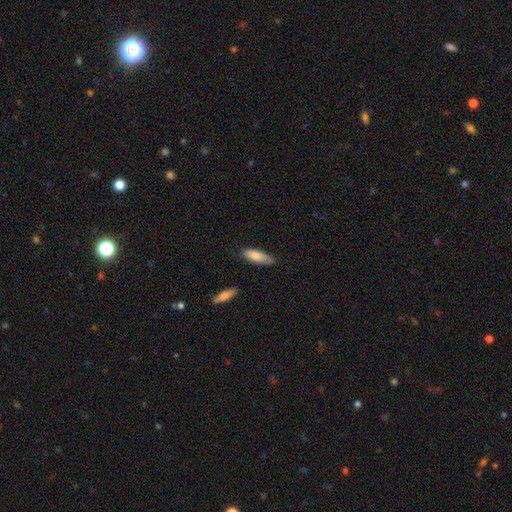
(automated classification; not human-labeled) smooth_or_featured: smooth (p=0.82) [alt: featured or disk p=0.12]
how_rounded: in between (p=0.51) [alt: cigar-shaped p=0.48]
merging: none (p=0.76) [alt: minor disturbance p=0.19]